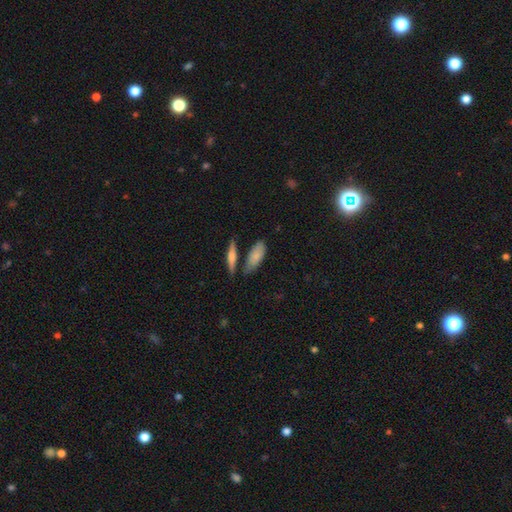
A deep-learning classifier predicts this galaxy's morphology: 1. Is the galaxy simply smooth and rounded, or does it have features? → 77% smooth, 17% featured or disk, 7% star or artifact.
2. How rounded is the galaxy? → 72% in between, 25% cigar-shaped, 3% round.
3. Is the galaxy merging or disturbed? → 59% none, 21% minor disturbance, 14% merger, 6% major disturbance.